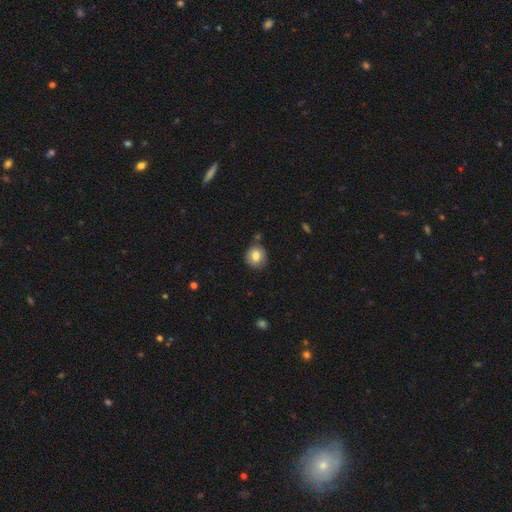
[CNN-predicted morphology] Overall: smooth (81%). How rounded: round (82%). Merging: none (79%).